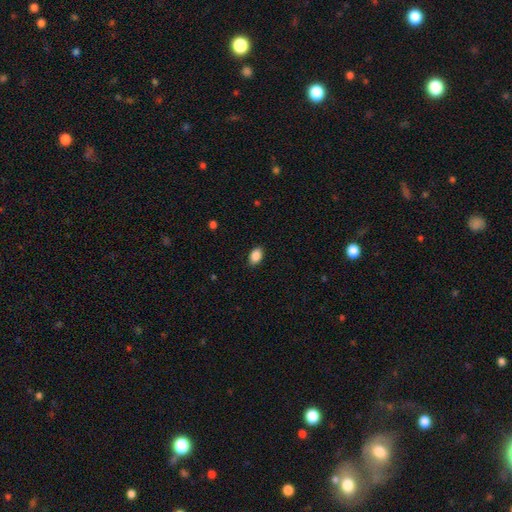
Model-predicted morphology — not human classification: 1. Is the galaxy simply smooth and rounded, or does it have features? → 89% smooth, 8% star or artifact, 3% featured or disk.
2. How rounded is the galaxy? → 88% in between, 11% round, 1% cigar-shaped.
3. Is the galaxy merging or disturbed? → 88% none, 9% minor disturbance, 2% major disturbance, 1% merger.